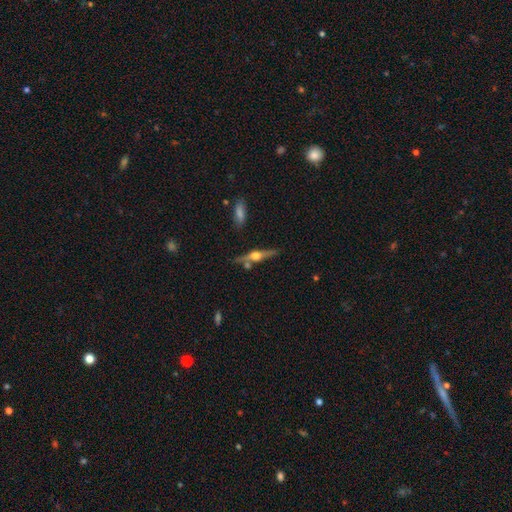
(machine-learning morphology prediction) smooth_or_featured: featured or disk (p=0.75) [alt: smooth p=0.19]
disk_edge_on: yes (p=0.96) [alt: no p=0.04]
edge_on_bulge: rounded (p=0.94) [alt: boxy p=0.04]
merging: none (p=0.75) [alt: minor disturbance p=0.12]